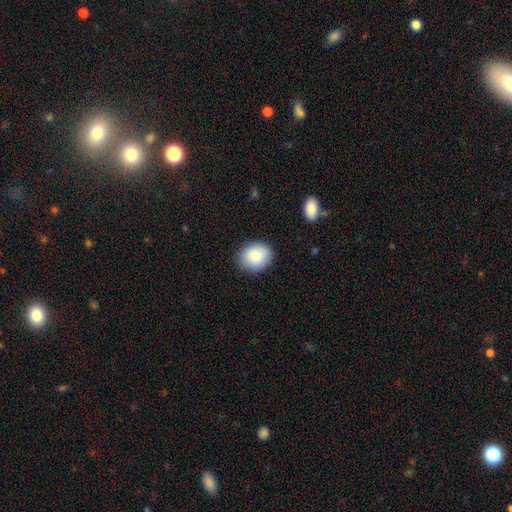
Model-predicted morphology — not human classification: This appears to be a smooth galaxy with no disk features (87%) that is round (54%). Merging: none (87%).